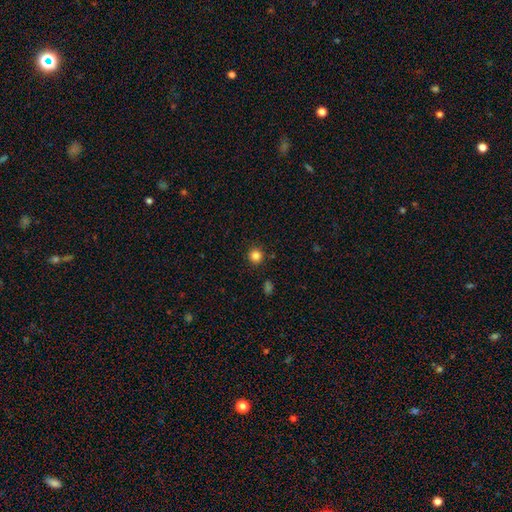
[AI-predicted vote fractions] Smooth or featured? Predicted: smooth (p=0.84). How rounded? Predicted: round (p=0.93). Merging? Predicted: none (p=0.89).